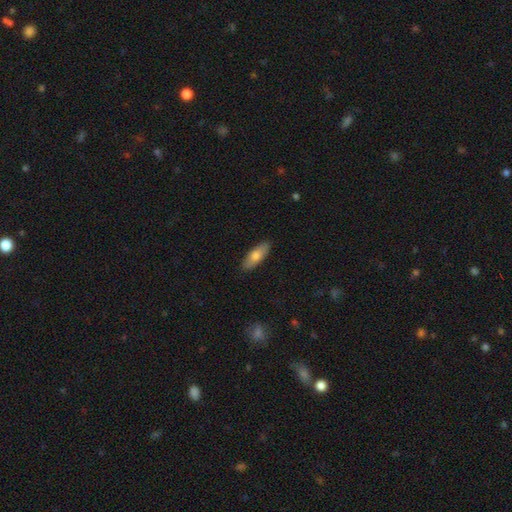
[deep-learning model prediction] Smooth or featured: smooth — 73% (featured or disk — 21%)
How rounded: in between — 69% (cigar-shaped — 29%)
Merging: none — 88% (minor disturbance — 9%)